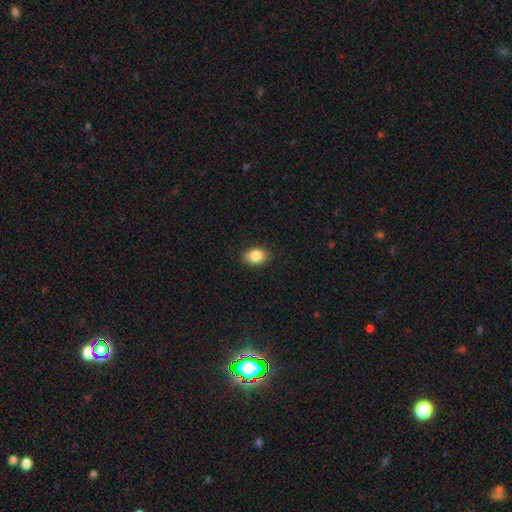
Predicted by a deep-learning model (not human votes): This appears to be a smooth galaxy with no disk features (86%) that is in between round and cigar-shaped (78%). Merging: none (88%).